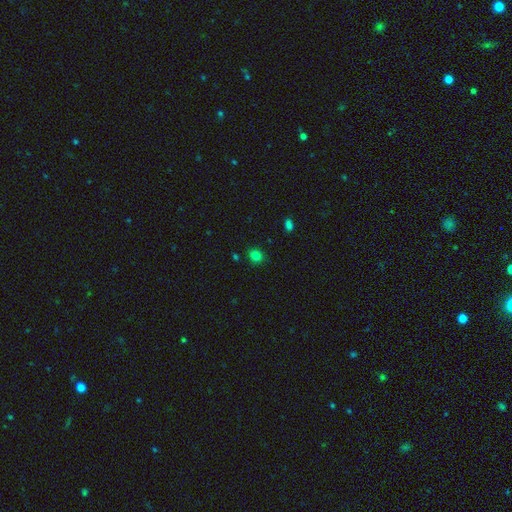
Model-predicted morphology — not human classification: This is likely a smooth galaxy (80%). How rounded: likely round (63%). Merging: clearly none (85%).